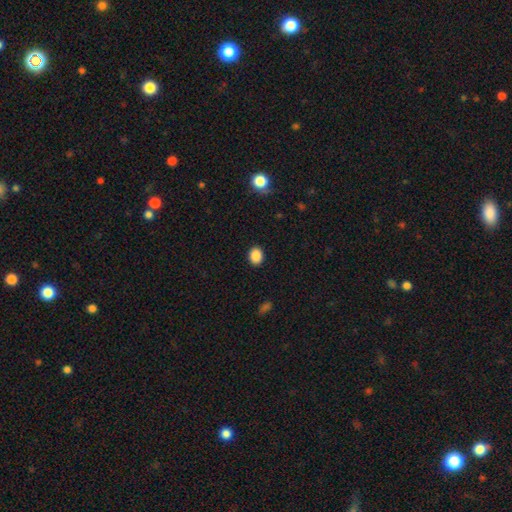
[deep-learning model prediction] Q: Smooth or featured?
A: smooth (88%); runner-up: star or artifact (9%)
Q: How rounded?
A: in between (52%); runner-up: round (48%)
Q: Merging?
A: none (91%); runner-up: minor disturbance (6%)